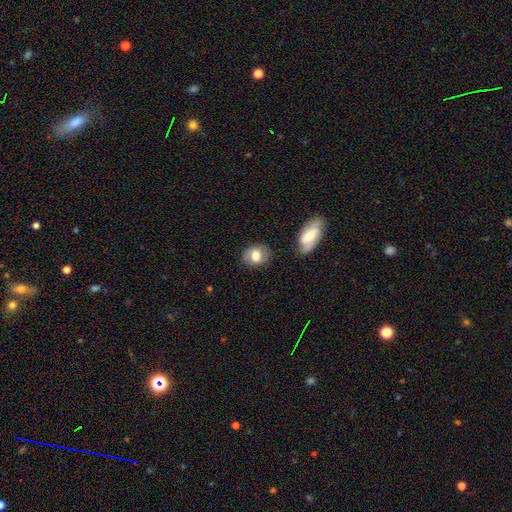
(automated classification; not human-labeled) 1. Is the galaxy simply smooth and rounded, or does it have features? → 67% smooth, 26% featured or disk, 8% star or artifact.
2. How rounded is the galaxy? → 52% in between, 47% round, 1% cigar-shaped.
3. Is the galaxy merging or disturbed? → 77% none, 16% minor disturbance, 4% major disturbance, 3% merger.